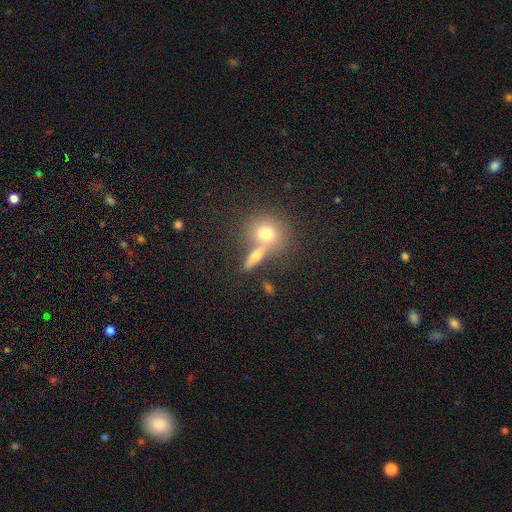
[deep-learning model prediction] The model was most divided on "how rounded": in between: 39%, round: 36%, cigar-shaped: 25%. Remaining: smooth or featured — smooth (62%); merging — none (49%).